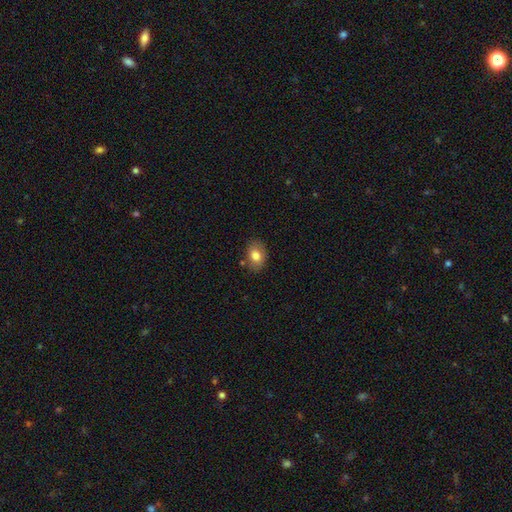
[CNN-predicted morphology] The model was most divided on "how rounded": in between: 76%, round: 23%, cigar-shaped: 1%. More confident: merging — none (80%); smooth or featured — smooth (80%).